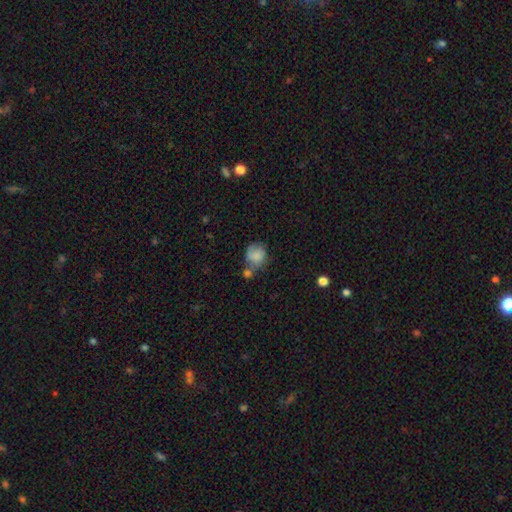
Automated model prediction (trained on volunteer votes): A smooth galaxy with no disk features (73%) that is round (75%).

Vote fractions:
- Smooth or featured? smooth: 73% / featured or disk: 19% / star or artifact: 8%
- How rounded? round: 75% / in between: 24% / cigar-shaped: 1%
- Merging? none: 38% / merger: 25% / minor disturbance: 24% / major disturbance: 13%